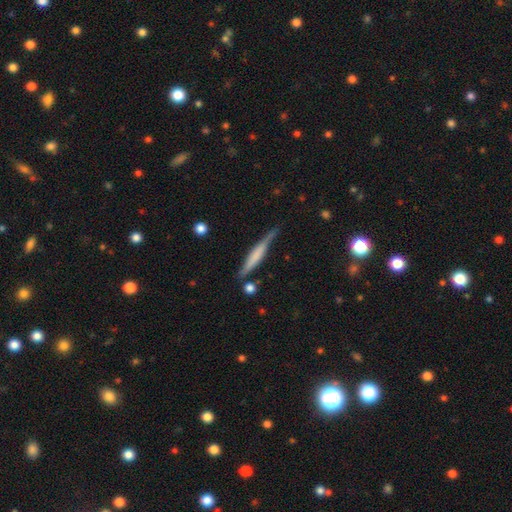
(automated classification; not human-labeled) featured or disk 51%, smooth 43%, star or artifact 6%. Down the decision tree: edge-on disk — yes (95%); merging — none (69%).